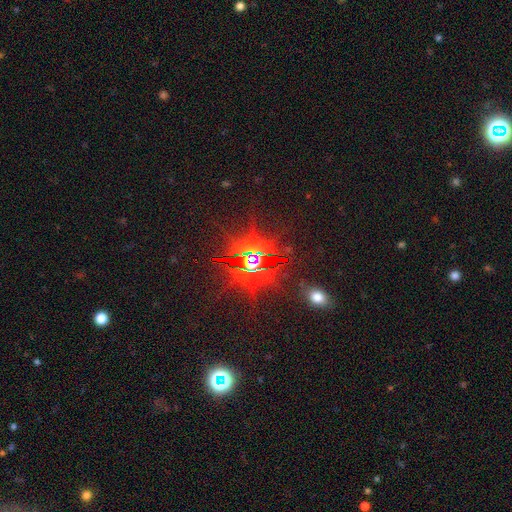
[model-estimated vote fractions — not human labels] Q: Smooth or featured?
A: star or artifact (82%); runner-up: featured or disk (10%)